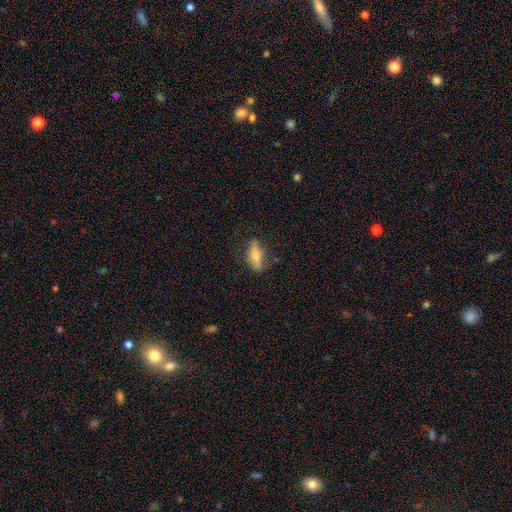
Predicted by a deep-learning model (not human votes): A smooth galaxy with no disk features (66%) that is in between round and cigar-shaped (64%). Merging: none (73%).